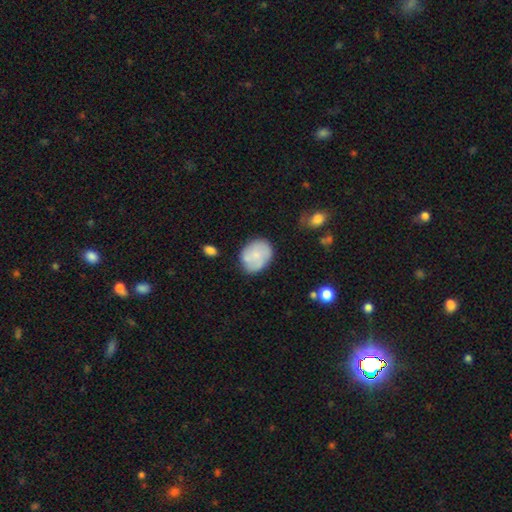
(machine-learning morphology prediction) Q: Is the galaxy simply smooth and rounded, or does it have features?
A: smooth — 69%.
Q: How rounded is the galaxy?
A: in between — 52%.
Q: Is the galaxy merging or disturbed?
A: none — 68%.